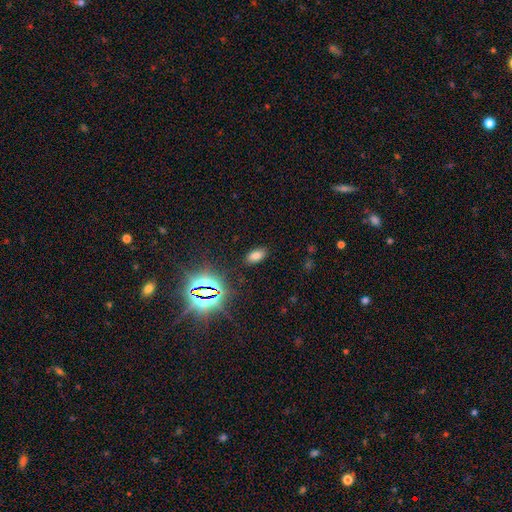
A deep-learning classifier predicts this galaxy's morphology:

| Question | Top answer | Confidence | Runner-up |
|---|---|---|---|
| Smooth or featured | smooth | 70% | star or artifact (22%) |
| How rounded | in between | 91% | round (5%) |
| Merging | none | 87% | minor disturbance (9%) |